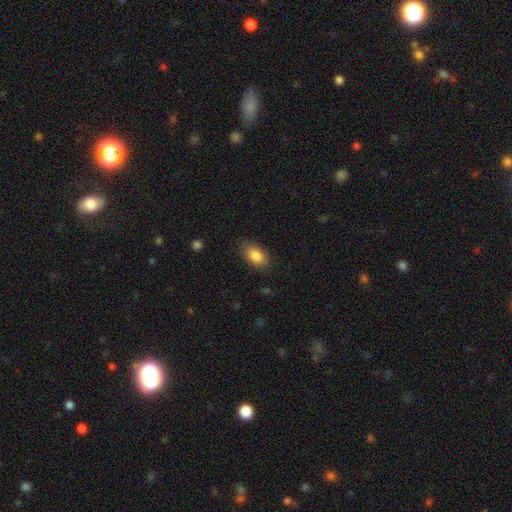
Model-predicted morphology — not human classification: A smooth galaxy with no disk features (85%) that is in between round and cigar-shaped (92%).

Vote fractions:
- Smooth or featured? smooth: 85% / featured or disk: 8% / star or artifact: 7%
- How rounded? in between: 92% / round: 6% / cigar-shaped: 2%
- Merging? none: 81% / minor disturbance: 15% / major disturbance: 3% / merger: 1%